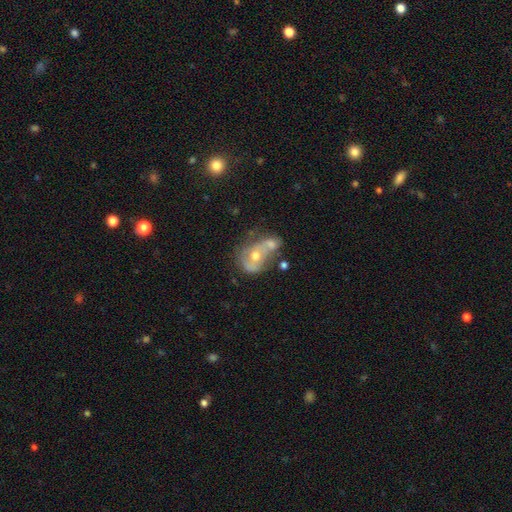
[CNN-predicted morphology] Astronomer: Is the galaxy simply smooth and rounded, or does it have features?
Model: featured or disk — 55% (runner-up: smooth, 34%).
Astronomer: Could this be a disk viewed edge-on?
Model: no — 96%.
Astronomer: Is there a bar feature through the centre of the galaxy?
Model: no — 76%.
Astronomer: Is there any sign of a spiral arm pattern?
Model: no — 60% (runner-up: yes, 40%).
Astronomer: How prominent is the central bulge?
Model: moderate — 71%.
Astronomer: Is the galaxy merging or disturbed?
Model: merger — 57%.